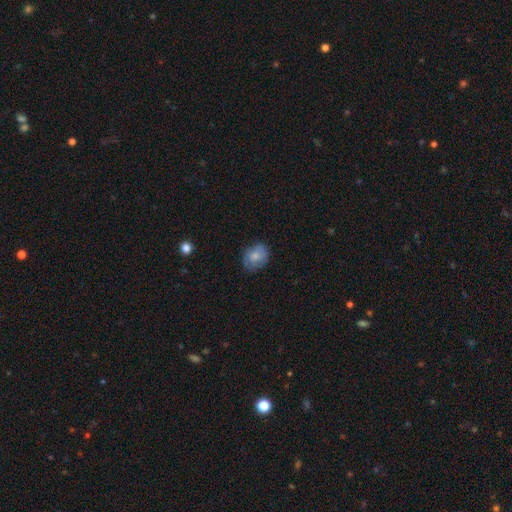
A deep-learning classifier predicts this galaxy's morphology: Smooth or featured: smooth — 74% (featured or disk — 19%)
How rounded: round — 53% (in between — 46%)
Merging: none — 75% (minor disturbance — 20%)